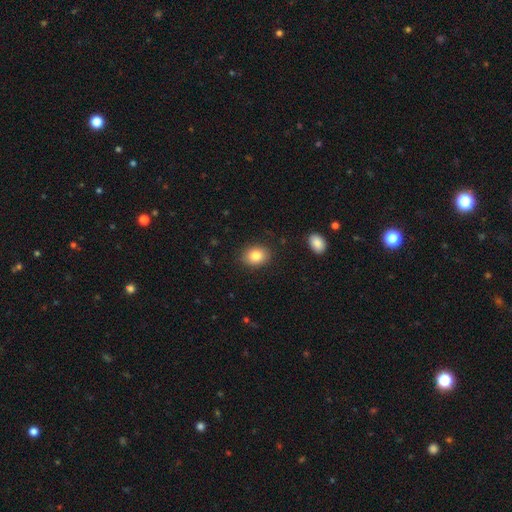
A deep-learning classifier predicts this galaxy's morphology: A smooth galaxy with no disk features (84%) that is in between round and cigar-shaped (61%).

Vote fractions:
- Smooth or featured? smooth: 84% / star or artifact: 8% / featured or disk: 8%
- How rounded? in between: 61% / round: 38% / cigar-shaped: 1%
- Merging? none: 88% / minor disturbance: 9% / major disturbance: 2% / merger: 1%